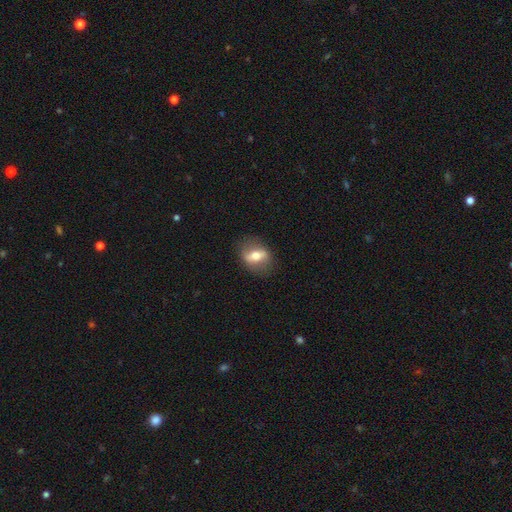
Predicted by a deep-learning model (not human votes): The model was most divided on "smooth or featured": smooth: 48%, featured or disk: 44%, star or artifact: 8%. More confident: merging — none (81%).